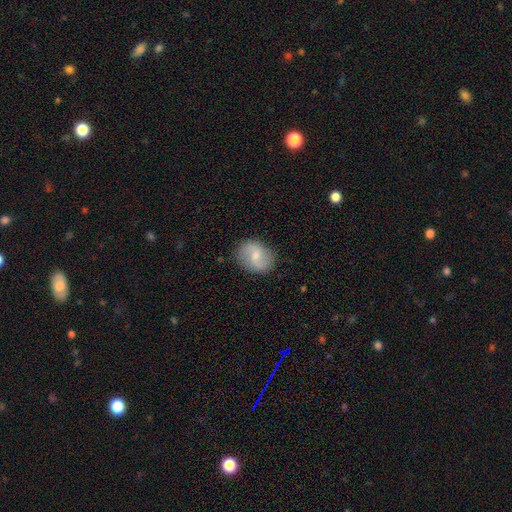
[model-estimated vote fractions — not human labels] This is possibly a smooth galaxy (48%). Merging: clearly none (82%).